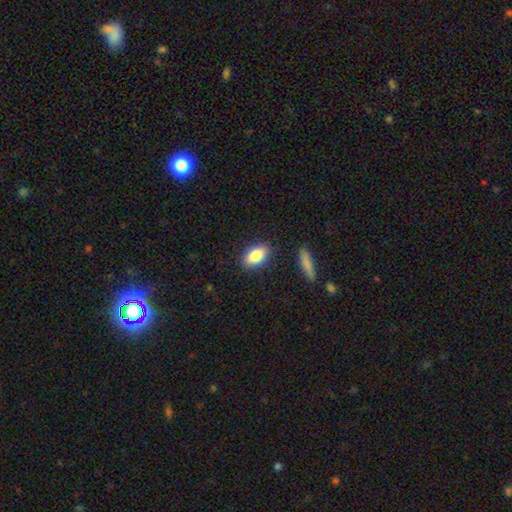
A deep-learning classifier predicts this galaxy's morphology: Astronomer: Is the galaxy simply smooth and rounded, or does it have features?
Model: smooth — 82%.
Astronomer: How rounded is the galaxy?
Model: in between — 88%.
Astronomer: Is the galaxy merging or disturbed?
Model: none — 87%.